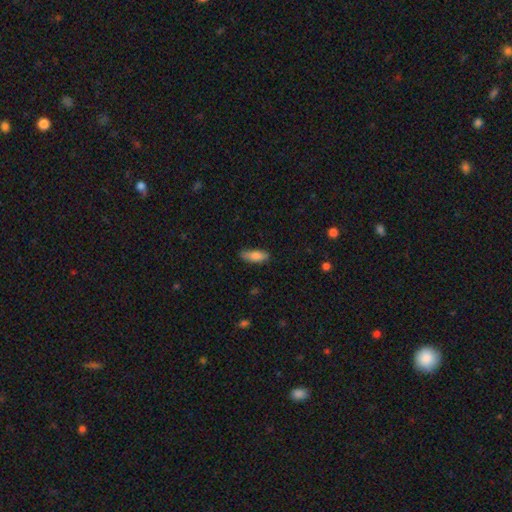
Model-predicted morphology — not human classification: type=smooth (80%); roundness=in between (66%); merging=none (78%).